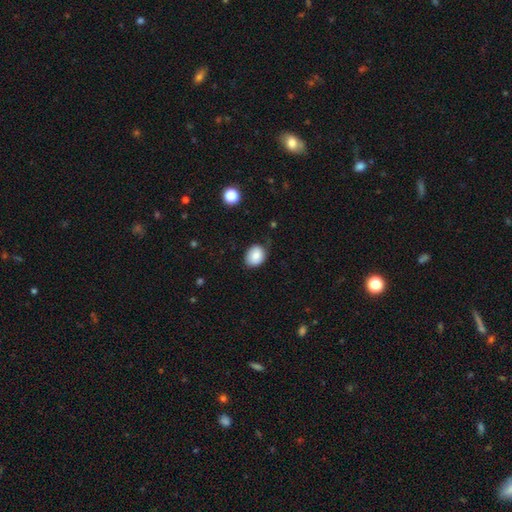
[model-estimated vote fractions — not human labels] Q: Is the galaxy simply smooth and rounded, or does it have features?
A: smooth — 83%.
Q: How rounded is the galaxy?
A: in between — 56%.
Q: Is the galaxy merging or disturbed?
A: none — 69%.